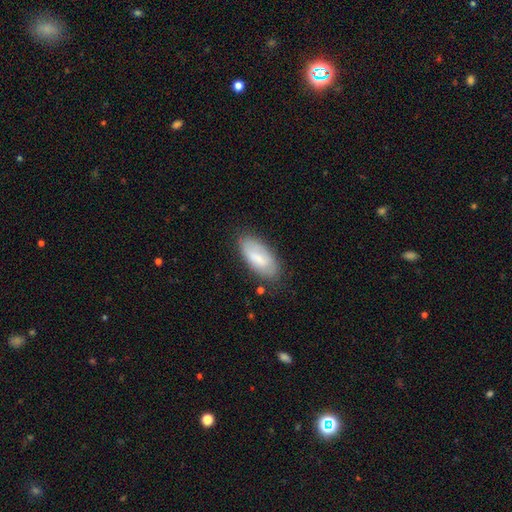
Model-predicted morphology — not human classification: A smooth galaxy with no disk features (73%) that is in between round and cigar-shaped (88%). Merging: none (76%).